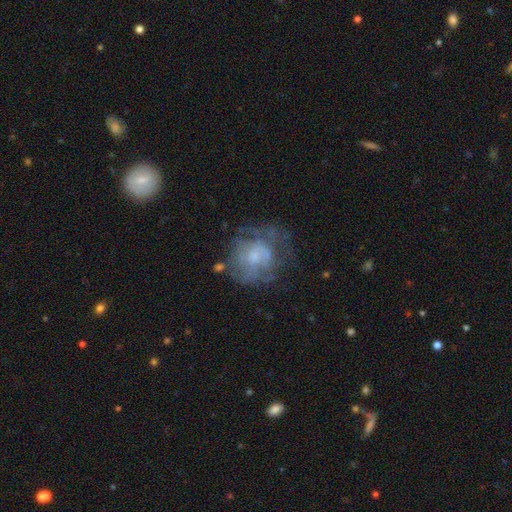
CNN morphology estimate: Q: Smooth or featured?
A: featured or disk (56%); runner-up: smooth (33%)
Q: Edge-on disk?
A: no (97%); runner-up: yes (3%)
Q: Bar?
A: no (80%); runner-up: weak (17%)
Q: Spiral arms?
A: no (62%); runner-up: yes (38%)
Q: Bulge size?
A: moderate (40%); runner-up: small (38%)
Q: Merging?
A: none (50%); runner-up: major disturbance (24%)